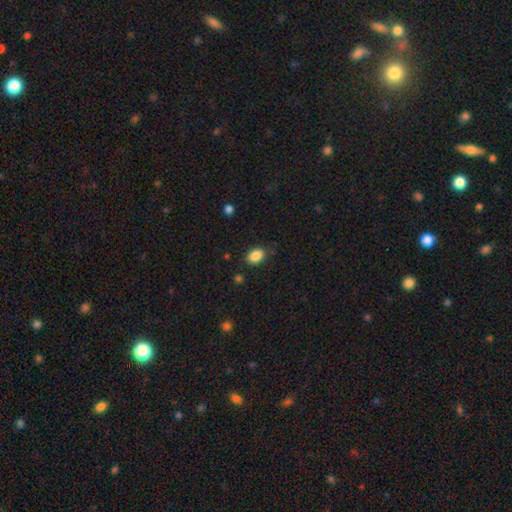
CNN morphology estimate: Smooth or featured? smooth (87%)
How rounded? in between (87%)
Merging? none (82%)